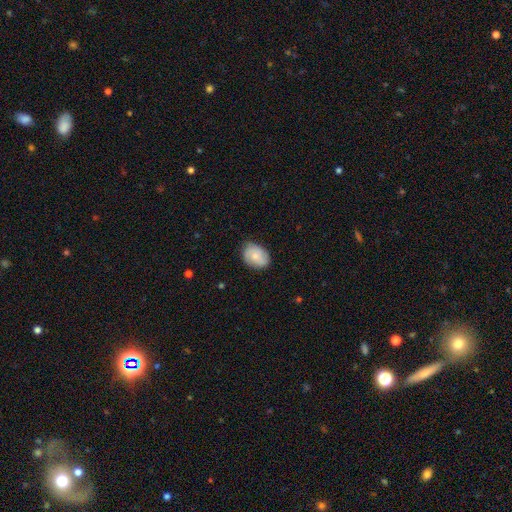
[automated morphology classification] smooth 67%, featured or disk 26%, star or artifact 7%. Down the decision tree: how rounded — in between (73%); merging — none (76%).